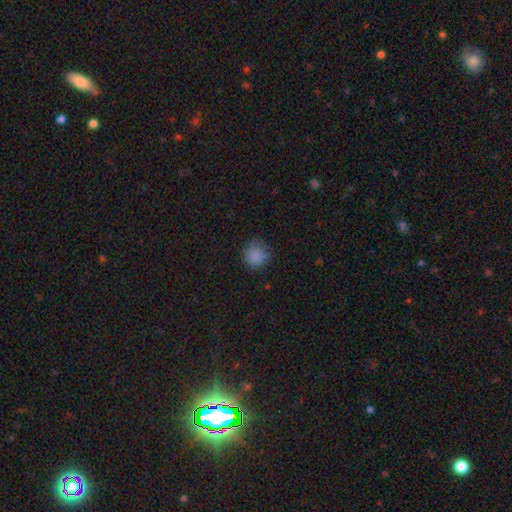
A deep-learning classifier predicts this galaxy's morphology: smooth 83%, star or artifact 11%, featured or disk 6%. Down the decision tree: how rounded — round (87%); merging — none (70%).